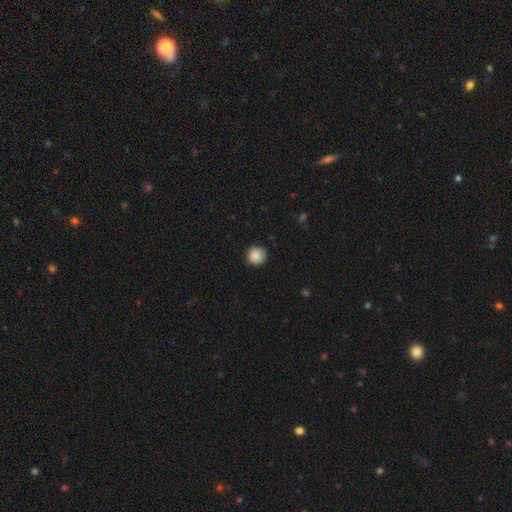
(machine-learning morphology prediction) Smooth or featured? smooth (88%)
How rounded? round (94%)
Merging? none (89%)